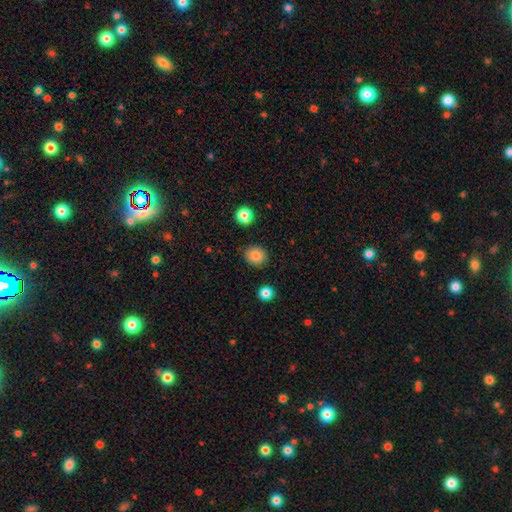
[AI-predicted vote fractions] smooth-or-featured: smooth: 85% | star or artifact: 10% | featured or disk: 5%
  how-rounded: round: 83% | in between: 16% | cigar-shaped: 1%
  merging: none: 88% | minor disturbance: 8% | major disturbance: 2% | merger: 2%